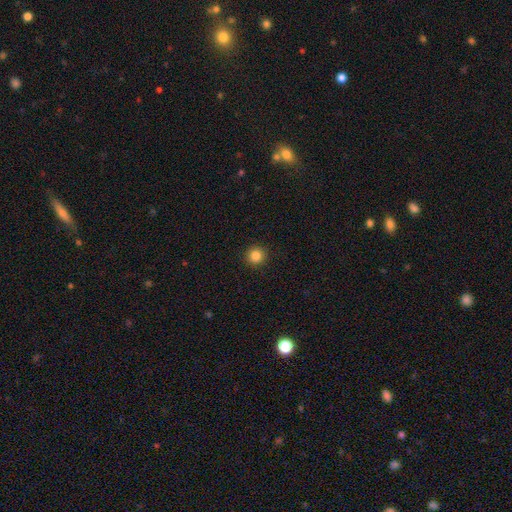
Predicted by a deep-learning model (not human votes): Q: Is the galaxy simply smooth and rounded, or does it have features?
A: smooth — 85%.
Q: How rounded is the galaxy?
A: round — 95%.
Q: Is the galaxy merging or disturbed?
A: none — 93%.